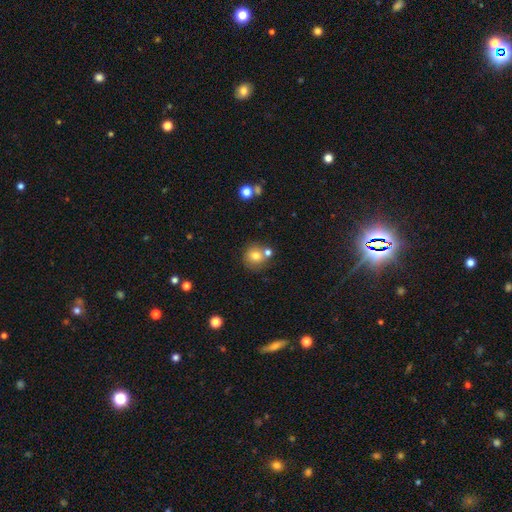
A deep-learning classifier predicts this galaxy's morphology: This is likely a smooth galaxy (75%). How rounded: clearly round (90%). Merging: likely none (63%).